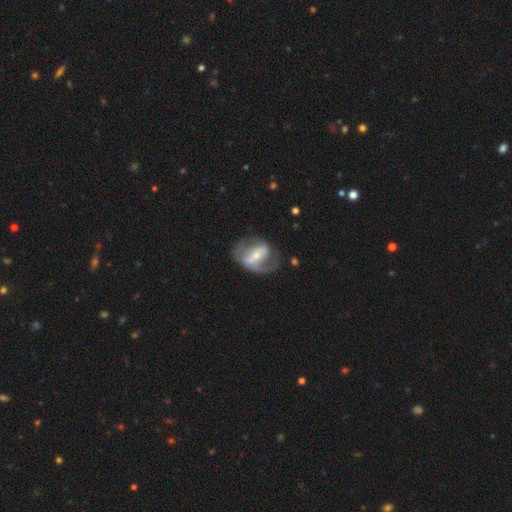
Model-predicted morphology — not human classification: Smooth or featured: featured or disk — 73% (smooth — 21%)
Edge-on disk: no — 93% (yes — 7%)
Bar: strong — 58% (weak — 27%)
Spiral arms: yes — 64% (no — 36%)
Bulge size: small — 56% (moderate — 36%)
Merging: none — 53% (major disturbance — 23%)